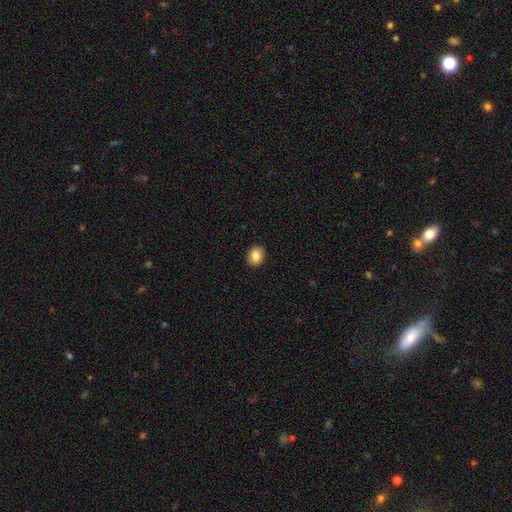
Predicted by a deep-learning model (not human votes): A smooth galaxy with no disk features (86%) that is in between round and cigar-shaped (50%). Merging: none (91%).